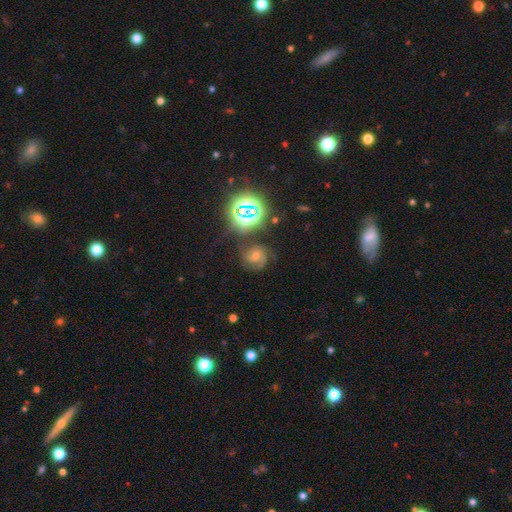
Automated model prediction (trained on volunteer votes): The model was most divided on "spiral winding": tight: 53%, medium: 39%, loose: 8%. More confident: edge-on disk — no (97%); spiral arms — yes (95%); merging — none (75%); bar — no (63%); smooth or featured — featured or disk (58%); bulge size — moderate (56%); spiral arm count — 2 (51%).